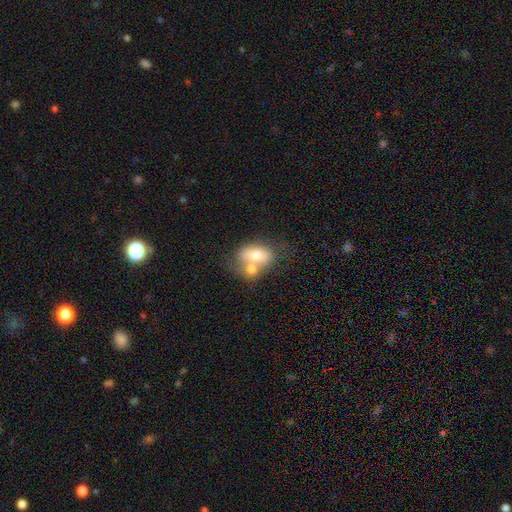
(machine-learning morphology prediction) smooth 64%, featured or disk 28%, star or artifact 8%. Down the decision tree: how rounded — in between (75%); merging — merger (59%).